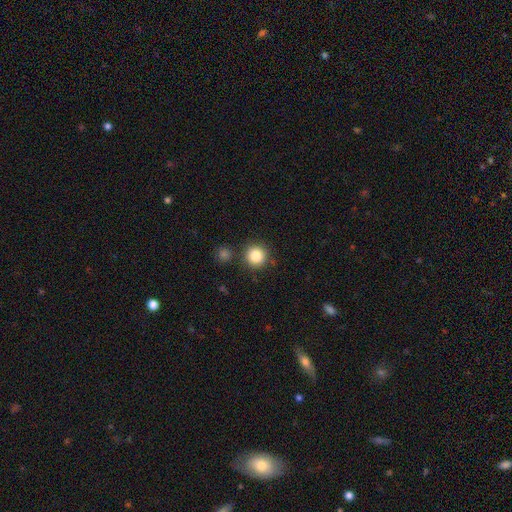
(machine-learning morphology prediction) This is clearly a smooth galaxy (84%). How rounded: clearly round (95%). Merging: clearly none (84%).